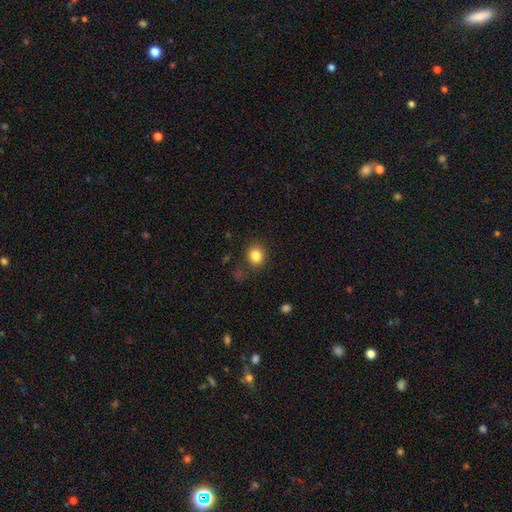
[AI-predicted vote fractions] The model was most divided on "how rounded": round: 78%, in between: 21%, cigar-shaped: 1%. More confident: merging — none (84%); smooth or featured — smooth (83%).